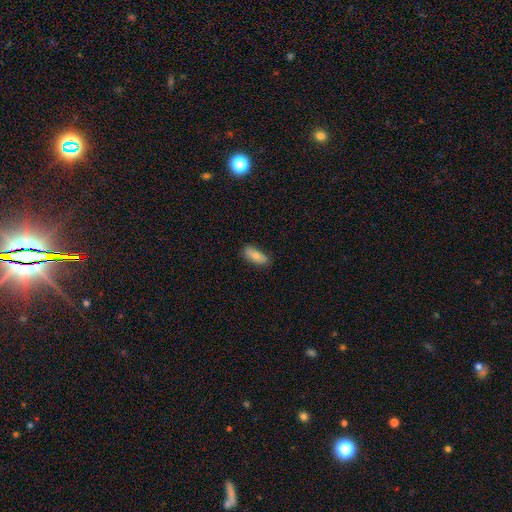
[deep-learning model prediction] A smooth galaxy with no disk features (75%) that is in between round and cigar-shaped (81%). Merging: none (79%).